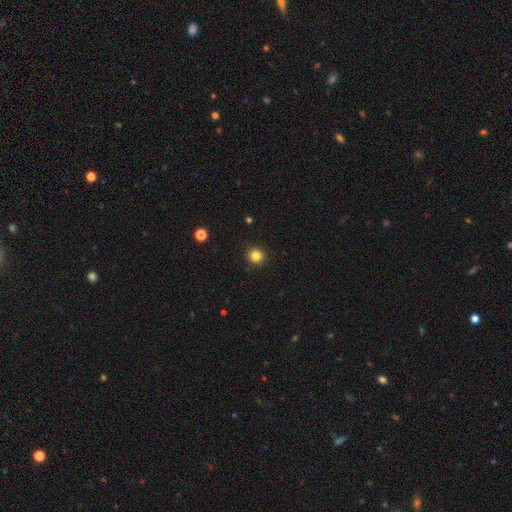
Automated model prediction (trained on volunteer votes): smooth 83%, star or artifact 12%, featured or disk 4%. Down the decision tree: how rounded — round (94%); merging — none (92%).